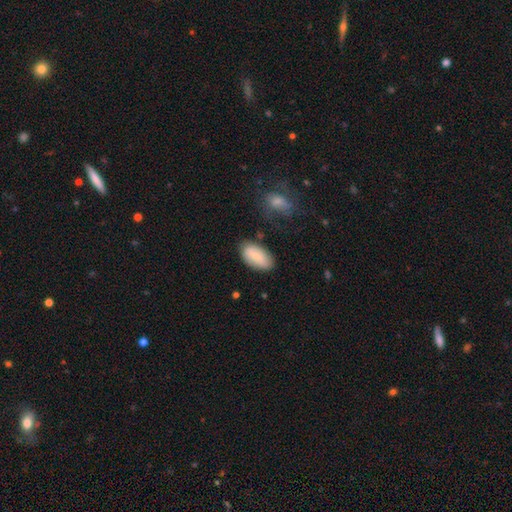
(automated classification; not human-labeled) Overall: smooth (79%). How rounded: in between (93%). Merging: none (77%).